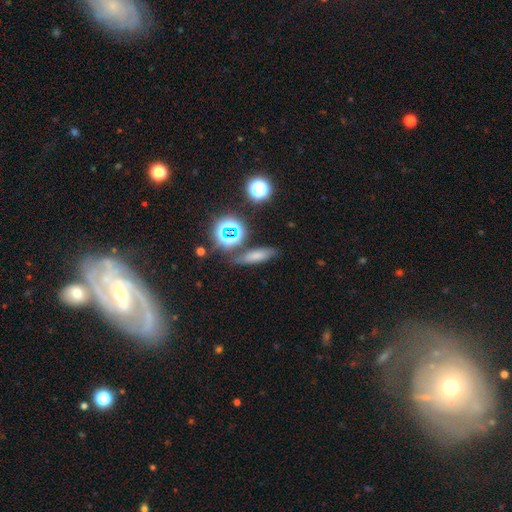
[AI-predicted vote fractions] A smooth galaxy with no disk features (62%) that is in between round and cigar-shaped (47%). Merging: none (71%).